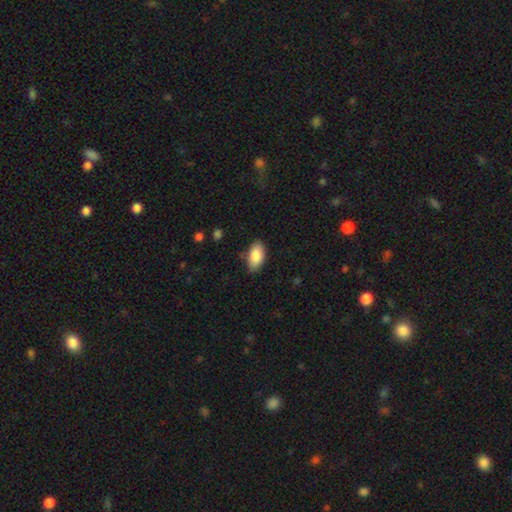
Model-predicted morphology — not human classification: Smooth or featured: smooth — 86% (featured or disk — 8%)
How rounded: in between — 94% (round — 4%)
Merging: none — 81% (minor disturbance — 15%)